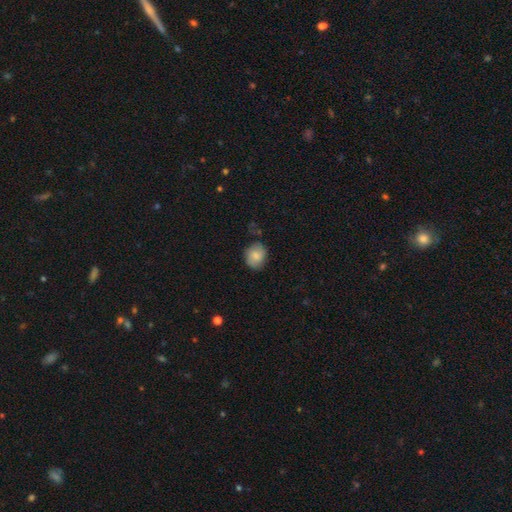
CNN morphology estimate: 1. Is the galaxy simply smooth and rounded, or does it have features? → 78% smooth, 14% featured or disk, 8% star or artifact.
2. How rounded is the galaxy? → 52% round, 47% in between, 1% cigar-shaped.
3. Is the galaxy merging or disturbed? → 69% none, 23% minor disturbance, 6% major disturbance, 2% merger.